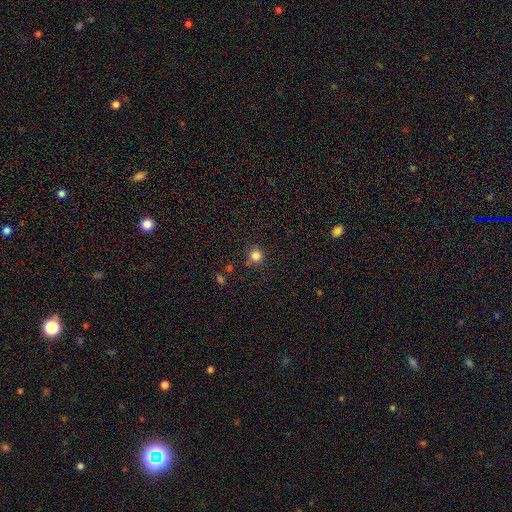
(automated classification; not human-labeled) A smooth galaxy with no disk features (83%) that is round (93%). Merging: none (80%).